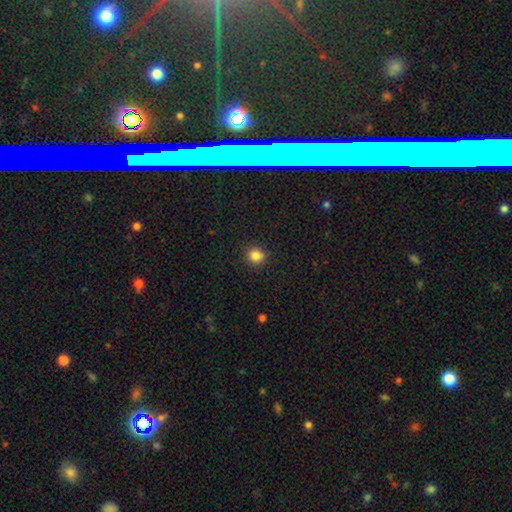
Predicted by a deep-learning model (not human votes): This appears to be a smooth galaxy with no disk features (84%) that is round (90%). Merging: none (90%).